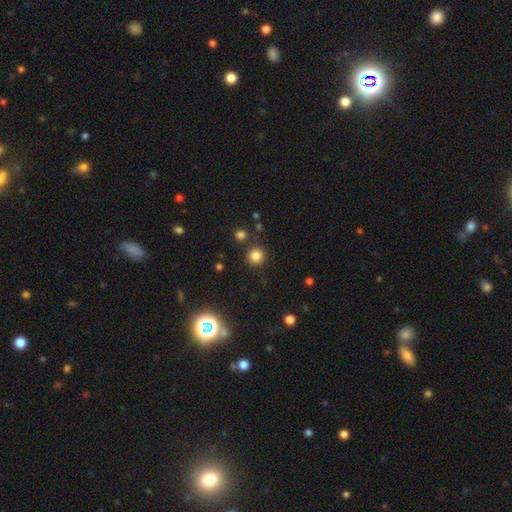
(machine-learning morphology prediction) smooth 82%, star or artifact 14%, featured or disk 4%. Down the decision tree: how rounded — round (94%); merging — none (87%).